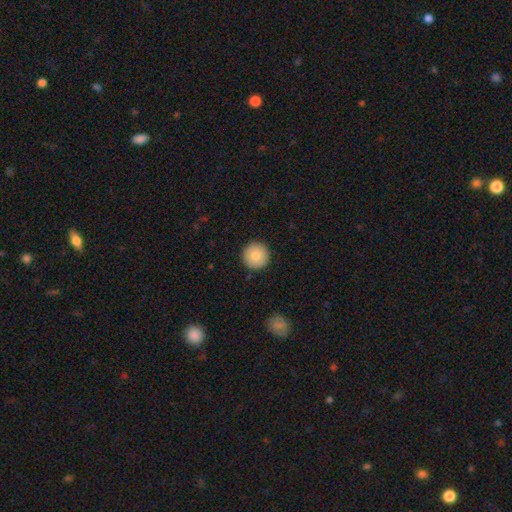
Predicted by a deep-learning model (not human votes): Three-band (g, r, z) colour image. It shows a smooth galaxy with no disk features (84%) that is round (96%). Merging: none (92%).